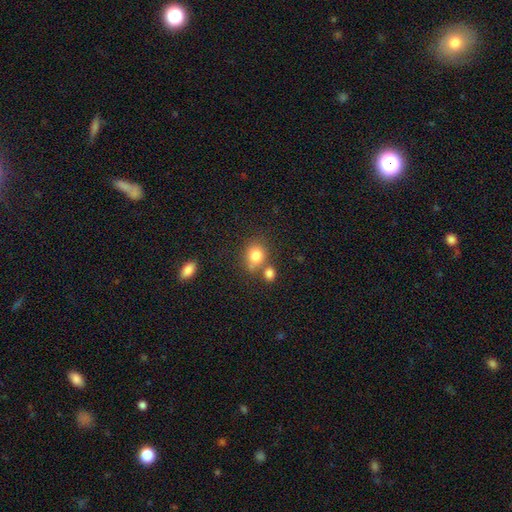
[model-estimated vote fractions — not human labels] Smooth or featured? Predicted: smooth (p=0.82). How rounded? Predicted: round (p=0.68). Merging? Predicted: none (p=0.55).